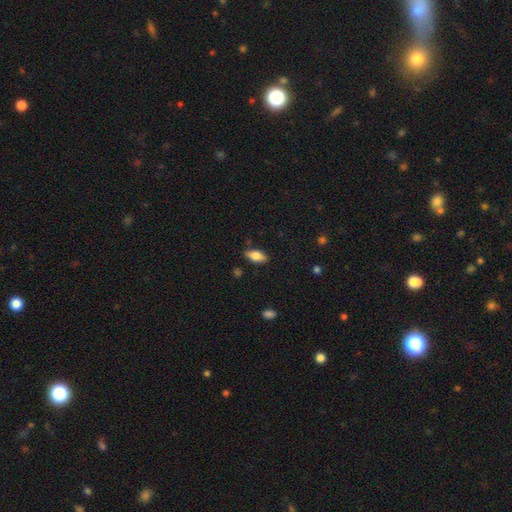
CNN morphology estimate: Smooth or featured: smooth — 74% (featured or disk — 19%)
How rounded: in between — 86% (cigar-shaped — 12%)
Merging: none — 85% (minor disturbance — 11%)